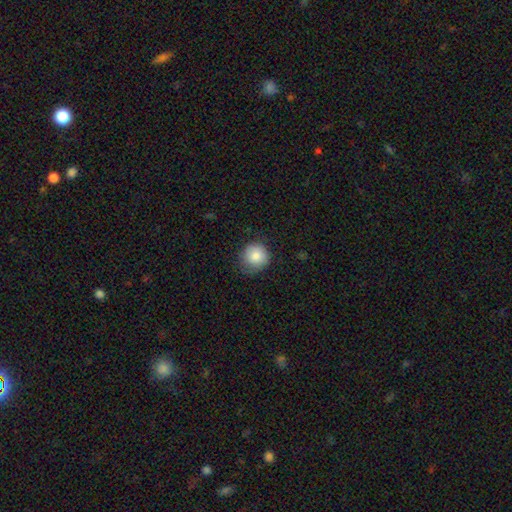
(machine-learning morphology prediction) Smooth or featured? Predicted: smooth (p=0.84). How rounded? Predicted: round (p=0.91). Merging? Predicted: none (p=0.70).